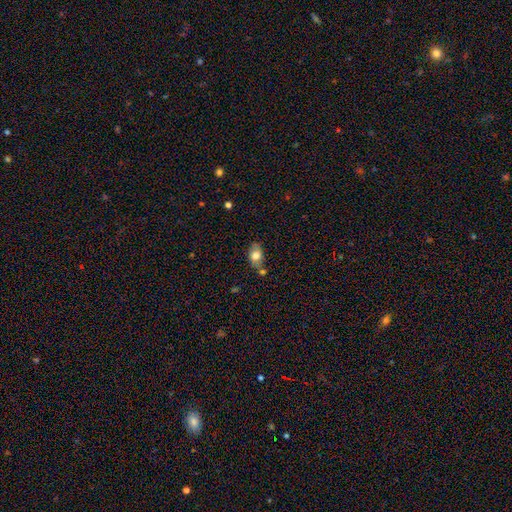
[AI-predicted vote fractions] smooth_or_featured: smooth (p=0.74) [alt: featured or disk p=0.18]
how_rounded: in between (p=0.85) [alt: round p=0.12]
merging: none (p=0.60) [alt: minor disturbance p=0.21]